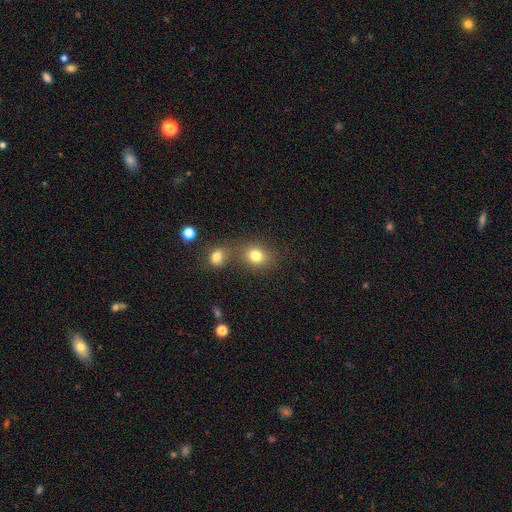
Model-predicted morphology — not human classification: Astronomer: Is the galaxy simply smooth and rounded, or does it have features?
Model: smooth — 79%.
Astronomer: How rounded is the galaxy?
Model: round — 64%.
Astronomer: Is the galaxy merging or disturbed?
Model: none — 56%.